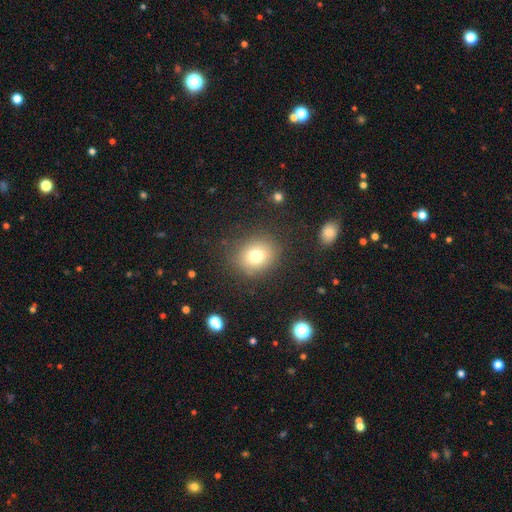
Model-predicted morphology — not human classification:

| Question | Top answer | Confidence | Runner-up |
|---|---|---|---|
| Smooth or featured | smooth | 75% | star or artifact (13%) |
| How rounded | round | 66% | in between (33%) |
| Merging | none | 83% | minor disturbance (11%) |